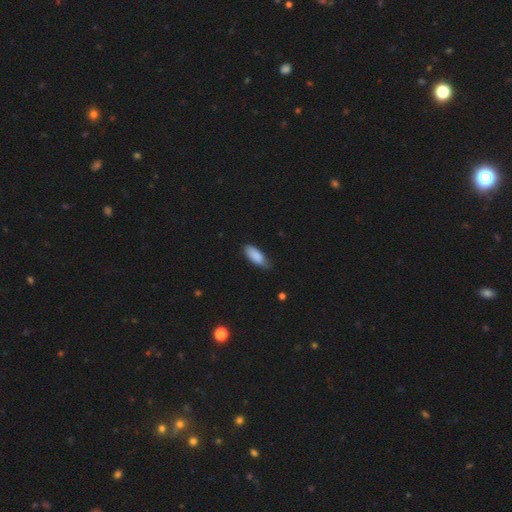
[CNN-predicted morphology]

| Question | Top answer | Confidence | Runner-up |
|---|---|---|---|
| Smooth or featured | smooth | 87% | featured or disk (7%) |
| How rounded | in between | 81% | cigar-shaped (18%) |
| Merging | none | 68% | minor disturbance (27%) |